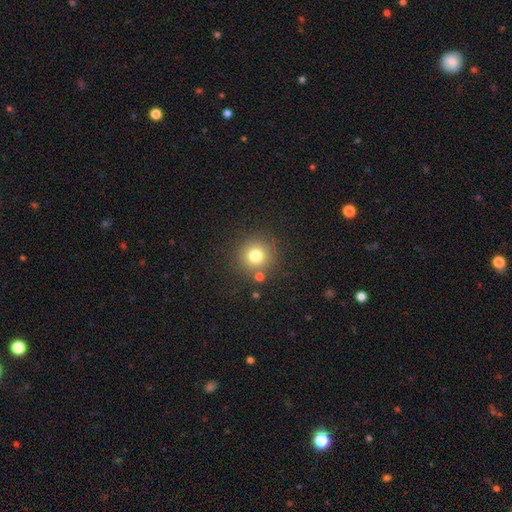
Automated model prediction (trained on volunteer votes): A smooth galaxy with no disk features (74%) that is round (94%).

Vote fractions:
- Smooth or featured? smooth: 74% / star or artifact: 18% / featured or disk: 8%
- How rounded? round: 94% / in between: 5% / cigar-shaped: 1%
- Merging? none: 86% / minor disturbance: 7% / merger: 5% / major disturbance: 2%